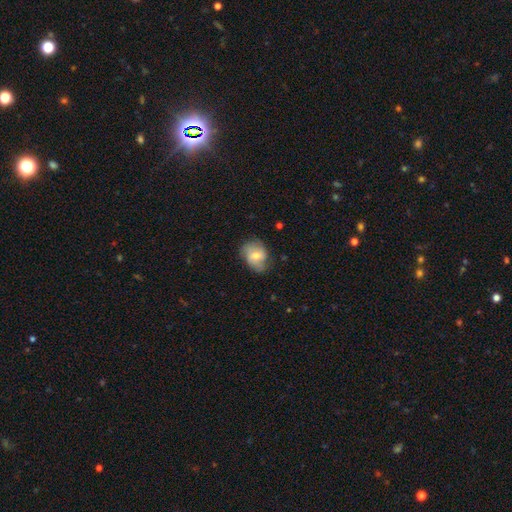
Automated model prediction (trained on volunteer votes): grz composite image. It shows a smooth galaxy with no disk features (55%) that is in between round and cigar-shaped (65%). Merging: none (60%).